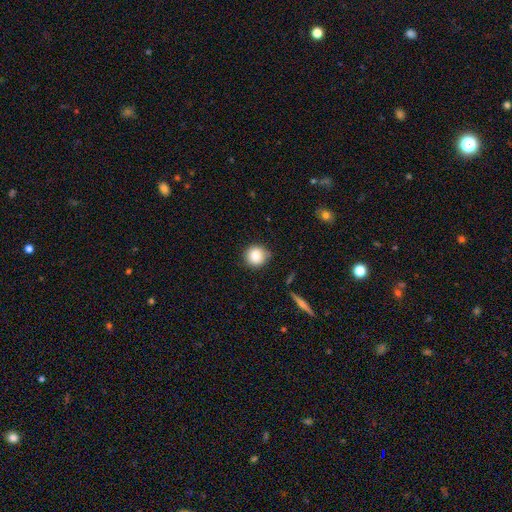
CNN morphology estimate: A smooth galaxy with no disk features (85%) that is round (91%).

Vote fractions:
- Smooth or featured? smooth: 85% / star or artifact: 9% / featured or disk: 6%
- How rounded? round: 91% / in between: 8% / cigar-shaped: 1%
- Merging? none: 79% / minor disturbance: 16% / major disturbance: 3% / merger: 2%